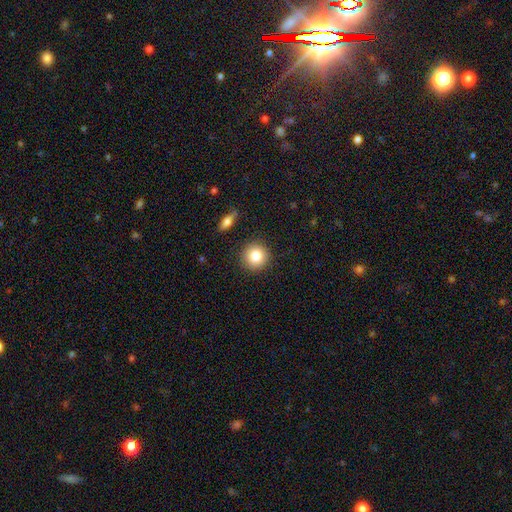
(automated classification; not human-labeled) A smooth galaxy with no disk features (82%) that is round (94%).

Vote fractions:
- Smooth or featured? smooth: 82% / star or artifact: 10% / featured or disk: 9%
- How rounded? round: 94% / in between: 5% / cigar-shaped: 1%
- Merging? none: 90% / minor disturbance: 6% / major disturbance: 2% / merger: 2%